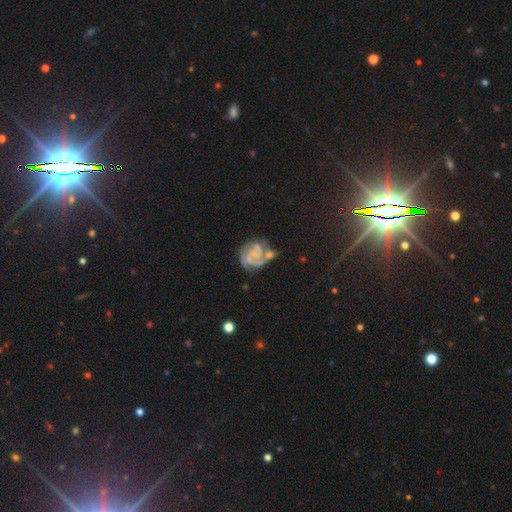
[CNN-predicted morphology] smooth_or_featured: featured or disk (p=0.79) [alt: smooth p=0.13]
disk_edge_on: no (p=0.98) [alt: yes p=0.02]
bar: no (p=0.66) [alt: weak p=0.27]
has_spiral_arms: yes (p=0.89) [alt: no p=0.11]
spiral_winding: tight (p=0.54) [alt: medium p=0.36]
spiral_arm_count: 2 (p=0.32) [alt: 3 p=0.28]
bulge_size: small (p=0.49) [alt: none p=0.32]
merging: none (p=0.41) [alt: minor disturbance p=0.21]